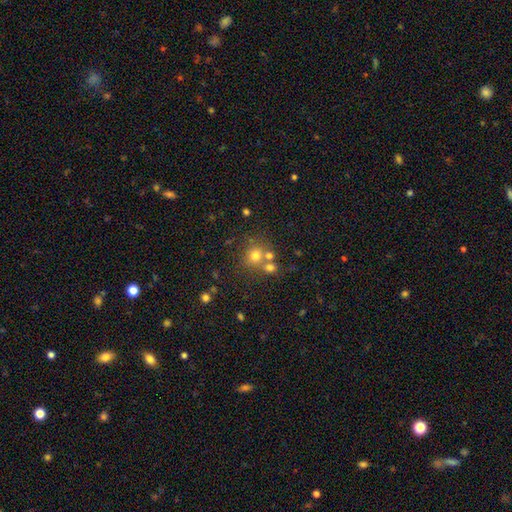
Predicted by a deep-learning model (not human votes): This appears to be a smooth galaxy with no disk features (69%) that is round (83%). Merging: none (57%).